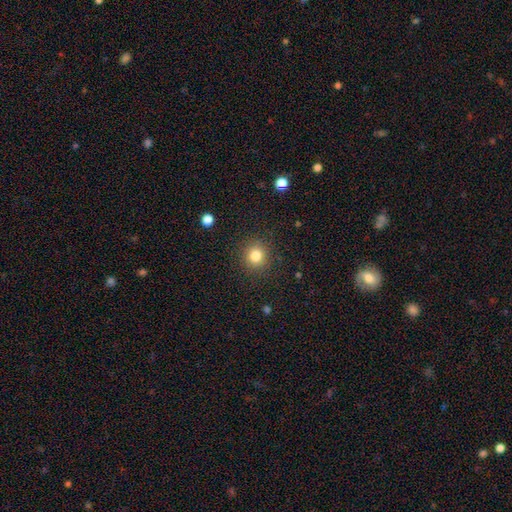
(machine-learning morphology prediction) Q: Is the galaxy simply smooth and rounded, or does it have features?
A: smooth — 82%.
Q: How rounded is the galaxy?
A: round — 90%.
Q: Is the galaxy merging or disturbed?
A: none — 89%.